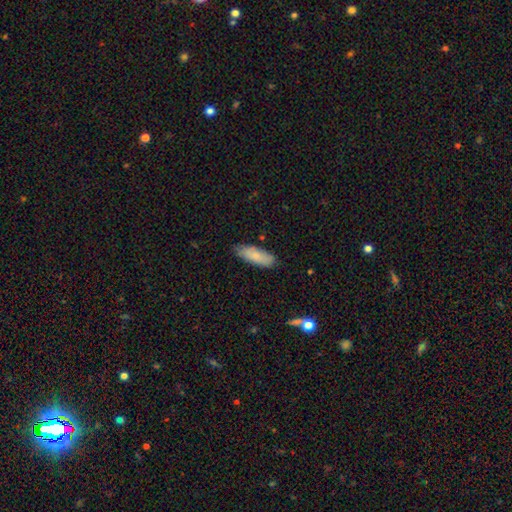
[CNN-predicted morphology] Overall: smooth (82%). How rounded: in between (63%; cigar-shaped 35%). Merging: none (77%).